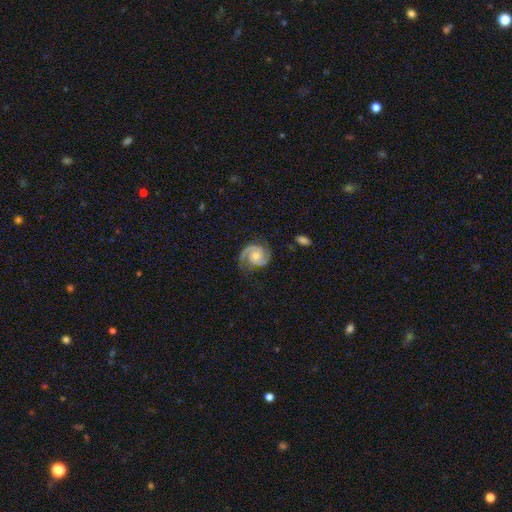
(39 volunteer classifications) Smooth or featured: featured or disk — 92% (smooth — 5%)
Edge-on disk: no — 97% (yes — 3%)
Bar: no — 83% (weak — 14%)
Spiral arms: yes — 100%
Spiral winding: medium — 49% (tight — 43%)
Spiral arm count: 2 — 91% (1 — 9%)
Bulge size: moderate — 51% (small — 49%)
Merging: none — 76% (minor disturbance — 21%)